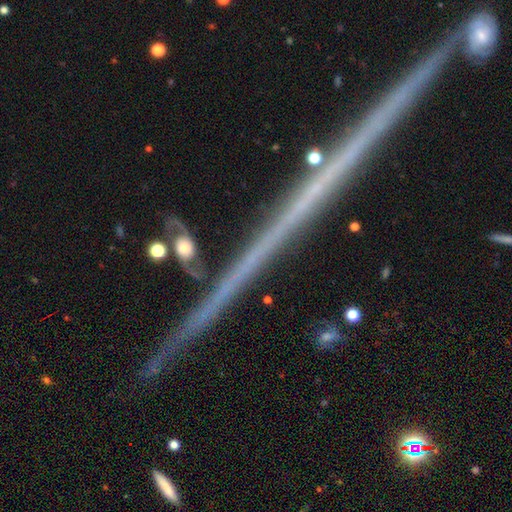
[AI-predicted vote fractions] Smooth or featured? Predicted: star or artifact (p=0.48).